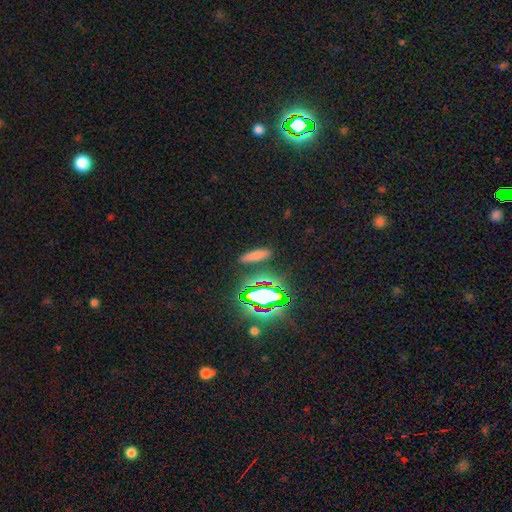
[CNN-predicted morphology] This appears to be a smooth galaxy with no disk features (67%) that is cigar-shaped (67%). Merging: none (86%).